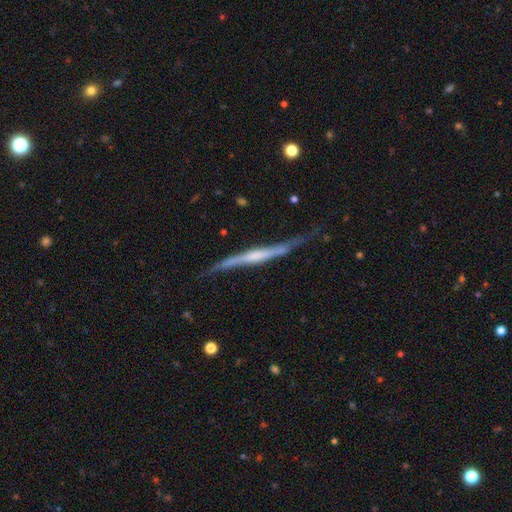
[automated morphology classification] A featured or disk galaxy (71%) viewed edge-on (92%) with no central bulge (49%). Merging: none (63%).